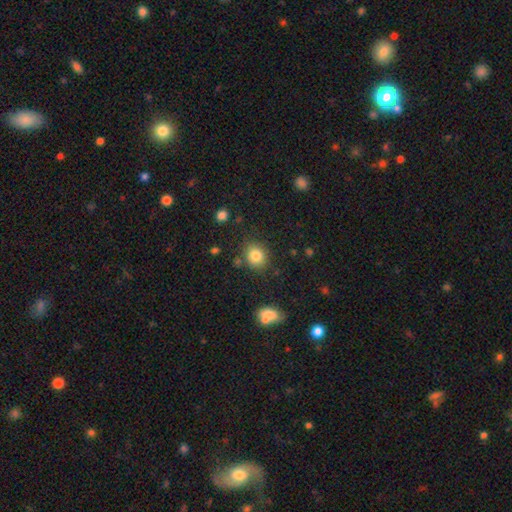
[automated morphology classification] Smooth or featured? smooth (82%)
How rounded? round (75%)
Merging? none (82%)